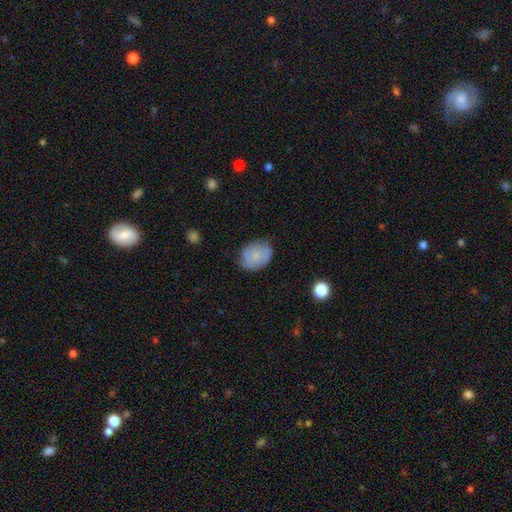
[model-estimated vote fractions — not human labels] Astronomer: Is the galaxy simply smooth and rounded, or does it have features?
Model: smooth — 66%.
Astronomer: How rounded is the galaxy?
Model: in between — 65%.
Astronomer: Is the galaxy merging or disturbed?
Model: none — 69%.